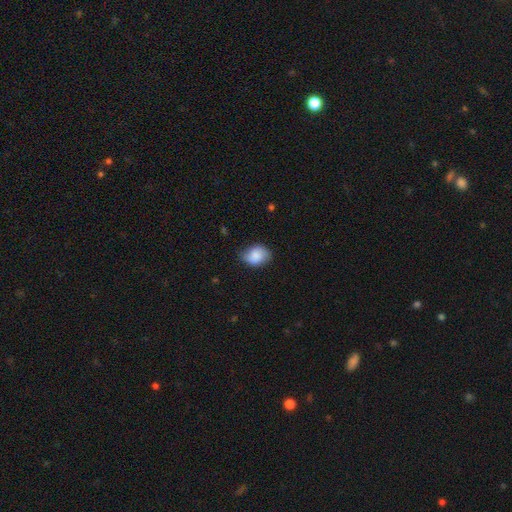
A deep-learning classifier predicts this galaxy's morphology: smooth 81%, featured or disk 12%, star or artifact 7%. Down the decision tree: how rounded — in between (59%); merging — none (68%).